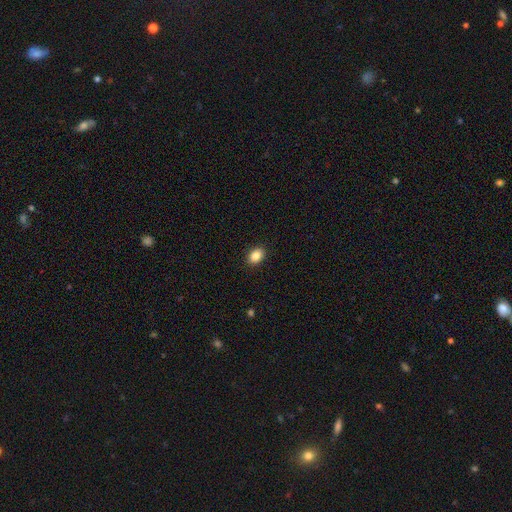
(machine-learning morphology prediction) smooth-or-featured: smooth: 87% | star or artifact: 9% | featured or disk: 4%
  how-rounded: in between: 73% | round: 26% | cigar-shaped: 1%
  merging: none: 90% | minor disturbance: 7% | major disturbance: 2% | merger: 1%